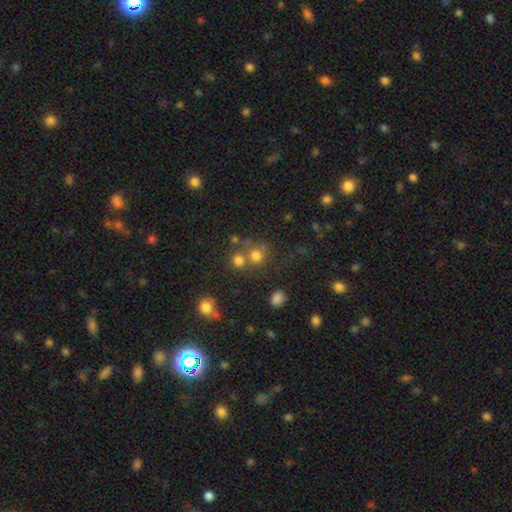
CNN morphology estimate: smooth 71%, star or artifact 19%, featured or disk 10%. Down the decision tree: how rounded — round (87%); merging — none (56%).